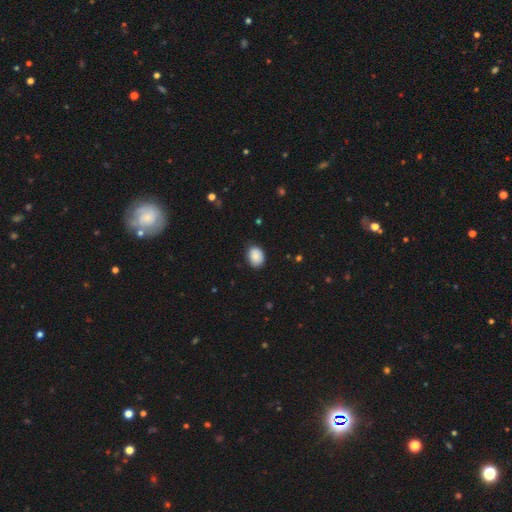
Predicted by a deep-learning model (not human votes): smooth-or-featured: smooth: 87% | star or artifact: 7% | featured or disk: 6%
  how-rounded: in between: 69% | round: 30% | cigar-shaped: 1%
  merging: none: 81% | minor disturbance: 15% | major disturbance: 3% | merger: 1%